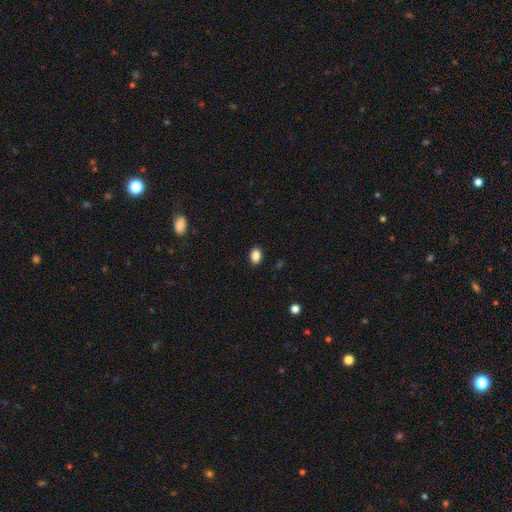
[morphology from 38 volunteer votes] Smooth or featured? 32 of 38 (84%) said smooth. How rounded? 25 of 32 (78%) said in between. Merging? 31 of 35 (89%) said none.